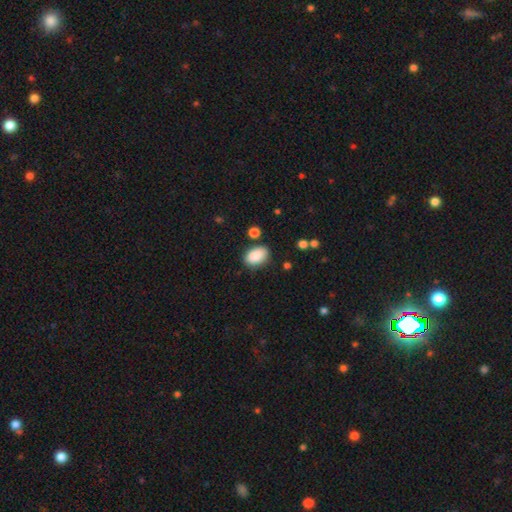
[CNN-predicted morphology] Smooth or featured?
  - smooth: 88% *
  - star or artifact: 8%
  - featured or disk: 4%
How rounded?
  - in between: 87% *
  - round: 12%
  - cigar-shaped: 1%
Merging?
  - none: 76% *
  - minor disturbance: 16%
  - major disturbance: 4%
  - merger: 4%